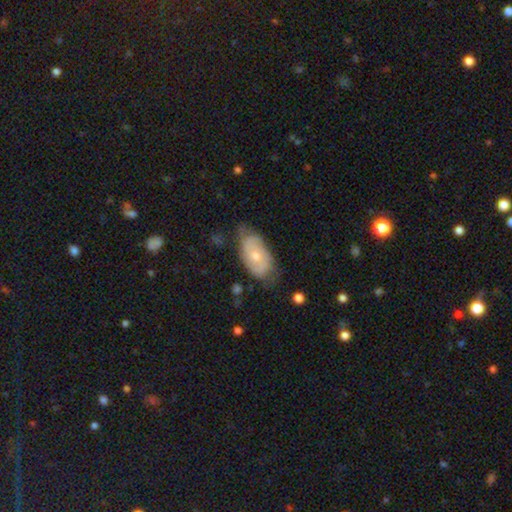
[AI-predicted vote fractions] Overall: featured or disk (48%; smooth 46%). Merging: none (57%; minor disturbance 32%).